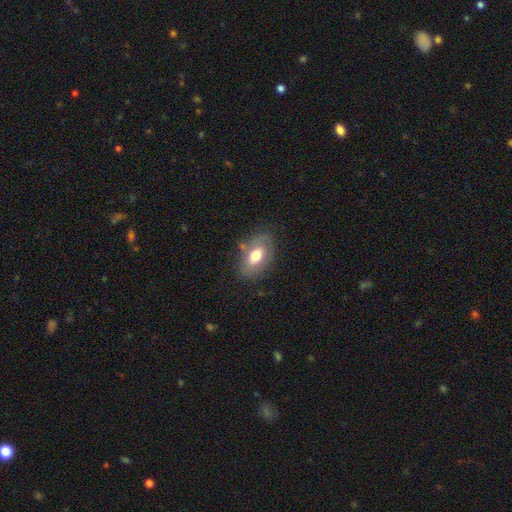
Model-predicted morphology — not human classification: Smooth or featured?
  - smooth: 66% *
  - featured or disk: 26%
  - star or artifact: 8%
How rounded?
  - in between: 89% *
  - round: 9%
  - cigar-shaped: 2%
Merging?
  - none: 72% *
  - minor disturbance: 19%
  - major disturbance: 6%
  - merger: 3%